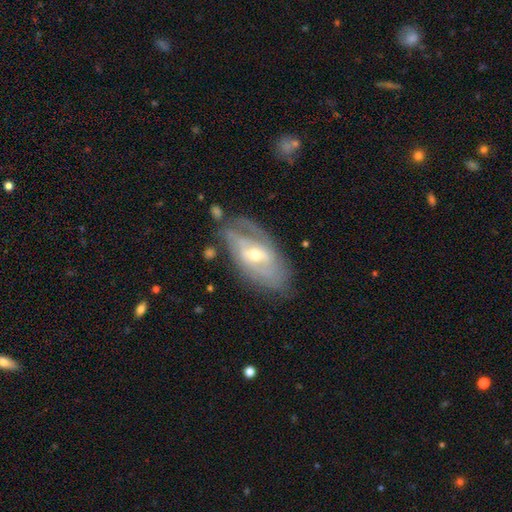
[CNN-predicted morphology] This appears to be a featured or disk galaxy (79%) with a weak bar (45%), tight (55%) spiral arms (83%) and a moderate central bulge (53%). Merging: none (65%).